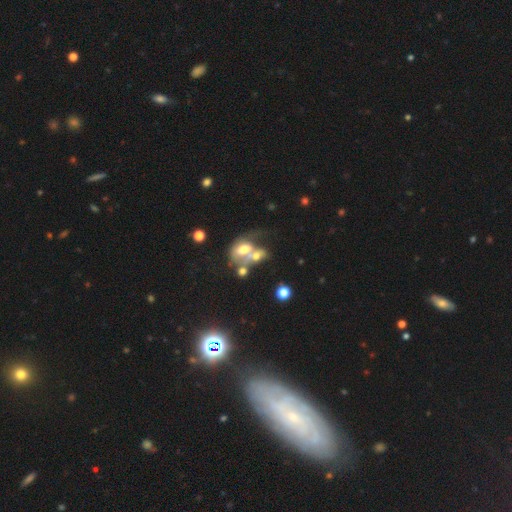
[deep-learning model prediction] A smooth galaxy with no disk features (45%). Merging: merger (62%).